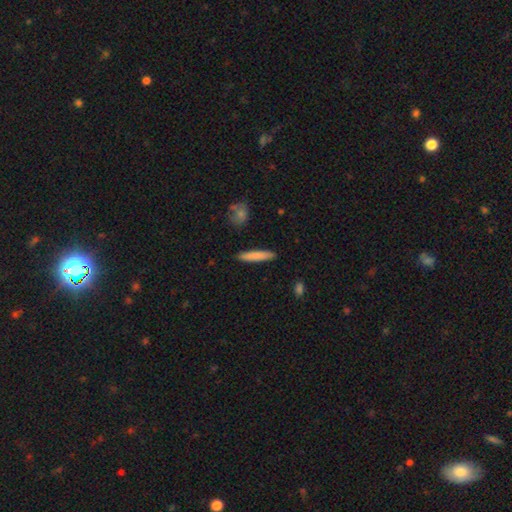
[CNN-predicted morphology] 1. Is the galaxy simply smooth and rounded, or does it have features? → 81% smooth, 14% featured or disk, 6% star or artifact.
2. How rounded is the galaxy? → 91% cigar-shaped, 7% in between, 1% round.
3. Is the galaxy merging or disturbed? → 90% none, 7% minor disturbance, 2% major disturbance, 2% merger.